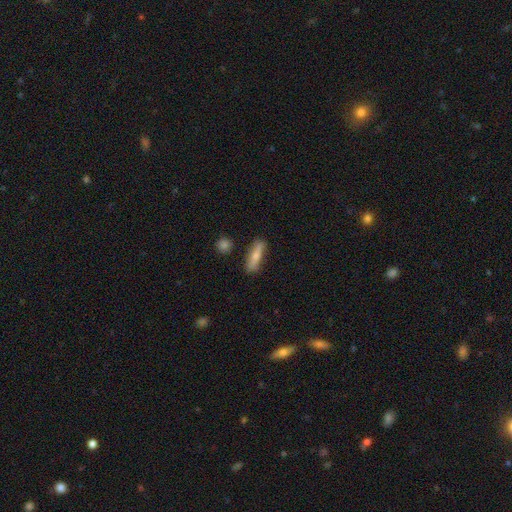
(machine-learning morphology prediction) Smooth or featured? Predicted: smooth (p=0.63). How rounded? Predicted: cigar-shaped (p=0.73). Merging? Predicted: none (p=0.82).